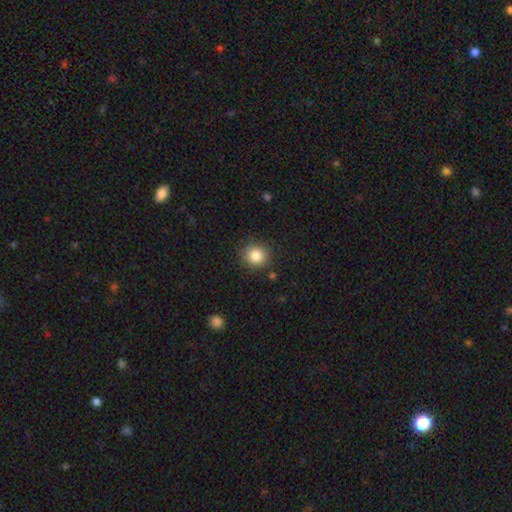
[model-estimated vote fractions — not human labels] This is clearly a smooth galaxy (85%). How rounded: clearly round (88%). Merging: clearly none (86%).